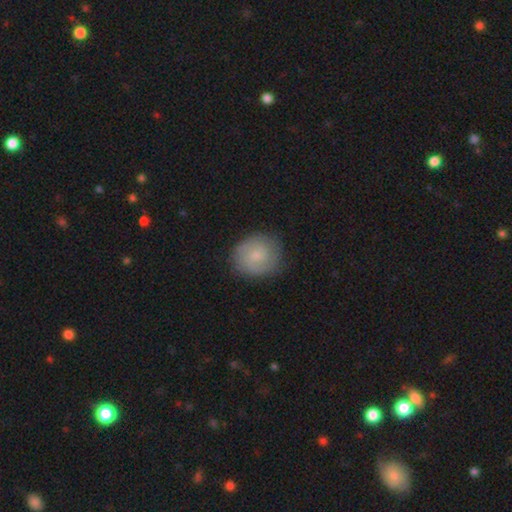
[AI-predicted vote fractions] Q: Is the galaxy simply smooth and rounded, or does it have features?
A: smooth — 50%.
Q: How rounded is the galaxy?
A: round — 80%.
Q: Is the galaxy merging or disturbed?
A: none — 82%.